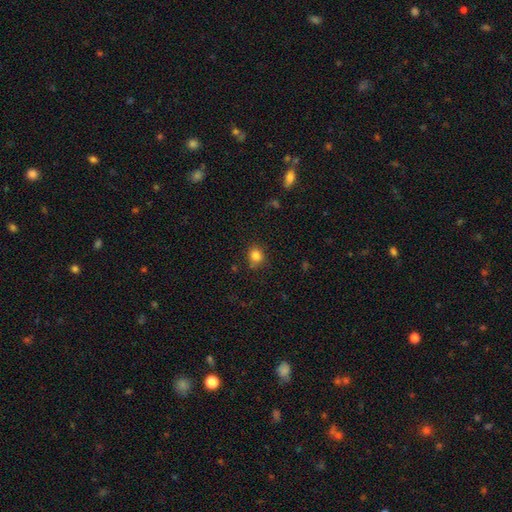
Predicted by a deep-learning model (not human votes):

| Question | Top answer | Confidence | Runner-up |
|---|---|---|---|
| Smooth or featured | smooth | 83% | star or artifact (12%) |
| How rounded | round | 76% | in between (23%) |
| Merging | none | 75% | minor disturbance (17%) |